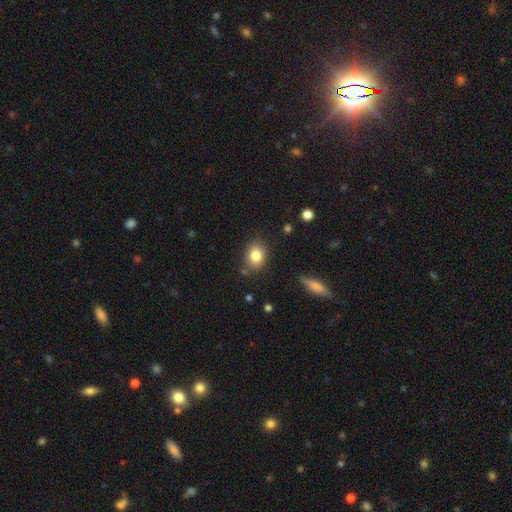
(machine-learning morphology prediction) The model was most divided on "how rounded": in between: 55%, round: 44%, cigar-shaped: 1%. More confident: smooth or featured — smooth (82%); merging — none (81%).